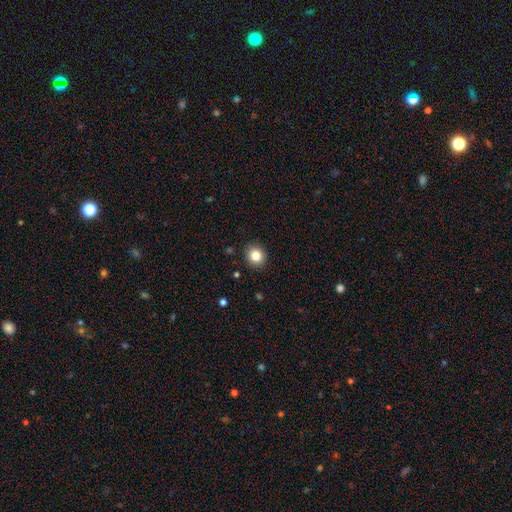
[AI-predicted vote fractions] The model was most divided on "how rounded": round: 84%, in between: 15%, cigar-shaped: 1%. More confident: merging — none (90%); smooth or featured — smooth (83%).